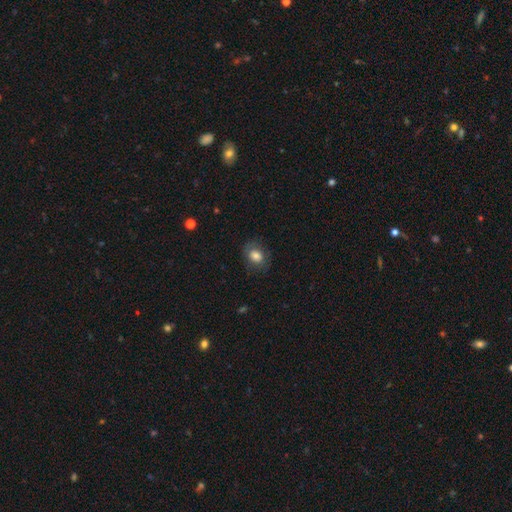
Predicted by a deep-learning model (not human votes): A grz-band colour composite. It shows a smooth galaxy with no disk features (75%) that is in between round and cigar-shaped (54%). Merging: none (76%).